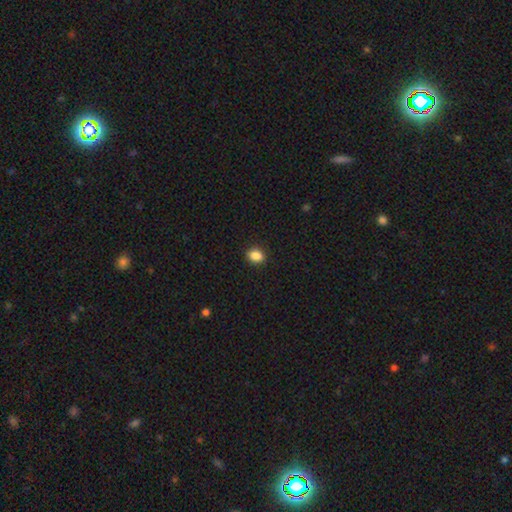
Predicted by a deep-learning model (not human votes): Smooth or featured? smooth (87%)
How rounded? in between (56%)
Merging? none (90%)